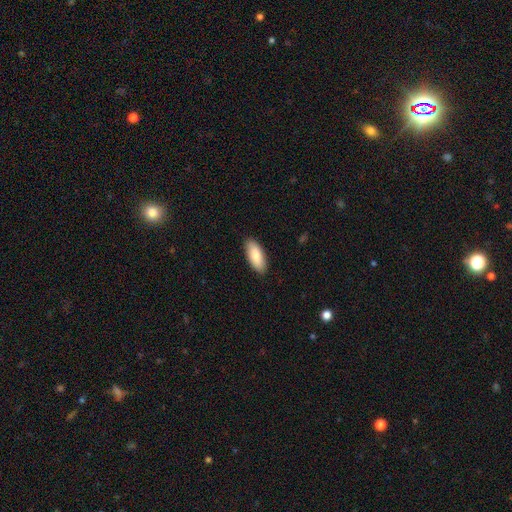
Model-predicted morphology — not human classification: Smooth or featured: smooth — 85% (featured or disk — 9%)
How rounded: in between — 83% (cigar-shaped — 16%)
Merging: none — 89% (minor disturbance — 9%)